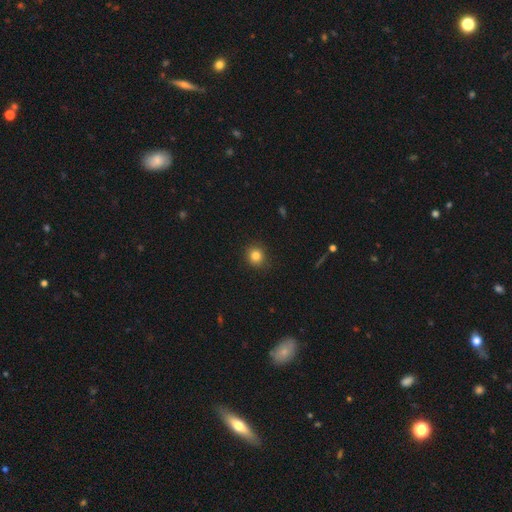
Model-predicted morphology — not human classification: type=smooth (83%); roundness=round (87%); merging=none (89%).